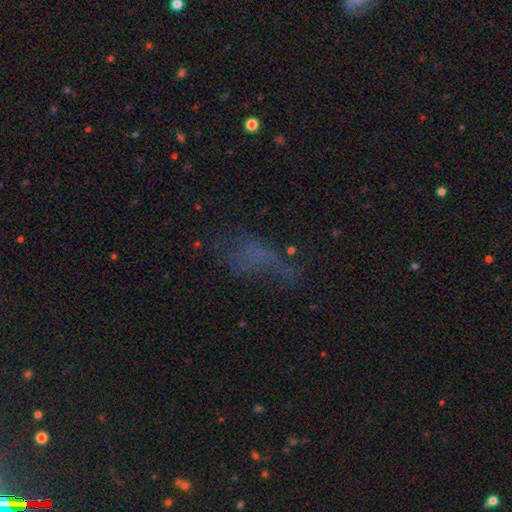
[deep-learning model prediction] Smooth or featured? Predicted: smooth (p=0.44). Merging? Predicted: none (p=0.41).